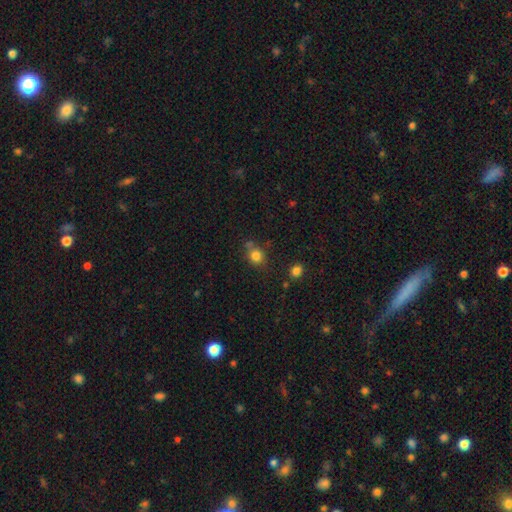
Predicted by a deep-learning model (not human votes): Smooth or featured: smooth — 81% (star or artifact — 13%)
How rounded: round — 75% (in between — 24%)
Merging: none — 66% (minor disturbance — 15%)